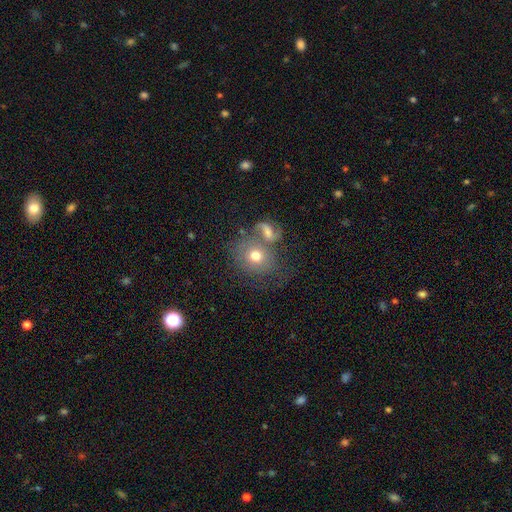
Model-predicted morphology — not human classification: A smooth galaxy with no disk features (61%) that is round (70%). Merging: none (42%).